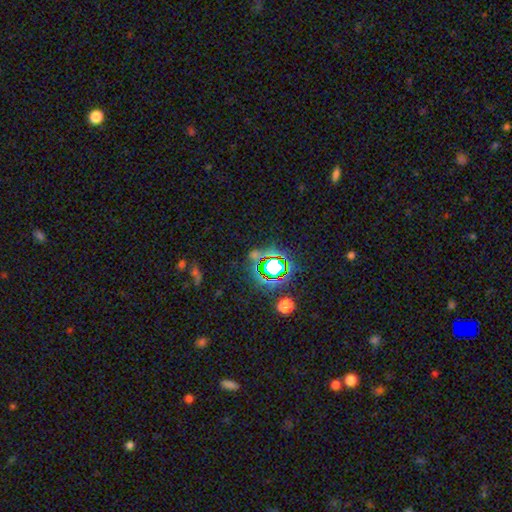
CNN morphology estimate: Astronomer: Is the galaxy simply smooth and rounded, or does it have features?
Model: star or artifact — 69%.